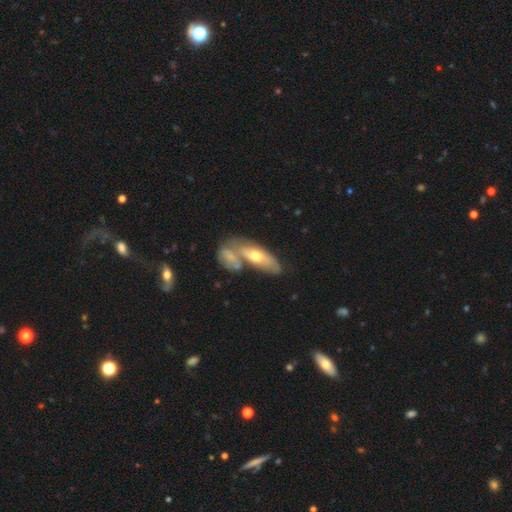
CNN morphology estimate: A featured or disk galaxy (48%). Merging: merger (44%).